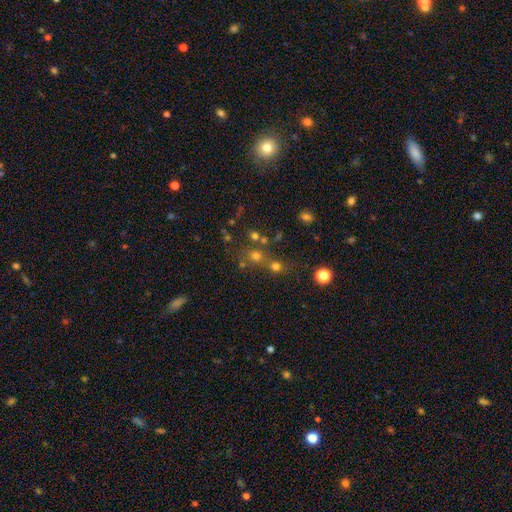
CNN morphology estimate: This is likely a smooth galaxy (62%). How rounded: clearly round (83%). Merging: possibly none (52%).